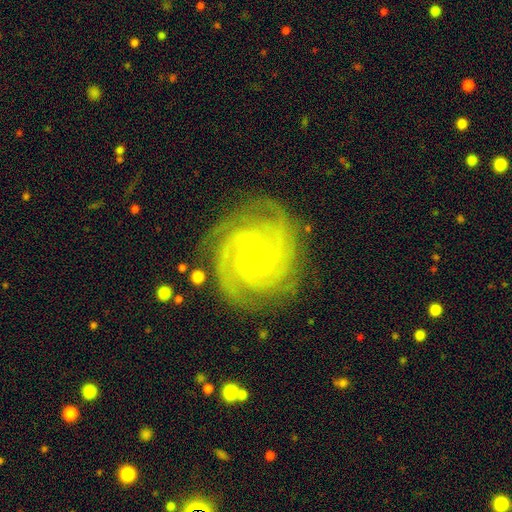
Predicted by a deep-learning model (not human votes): A featured or disk galaxy (92%) with no bar (66%), 4 (33%) tight (83%) spiral arms (99%) and a small central bulge (82%). Merging: none (82%).